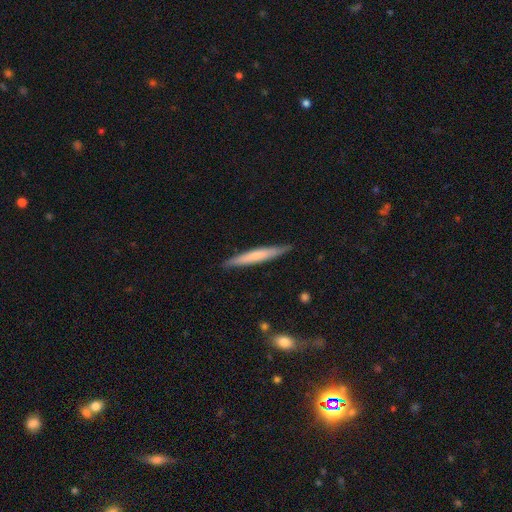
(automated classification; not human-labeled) The model was most divided on "smooth or featured": smooth: 58%, featured or disk: 36%, star or artifact: 6%. More confident: how rounded — cigar-shaped (95%); merging — none (88%).